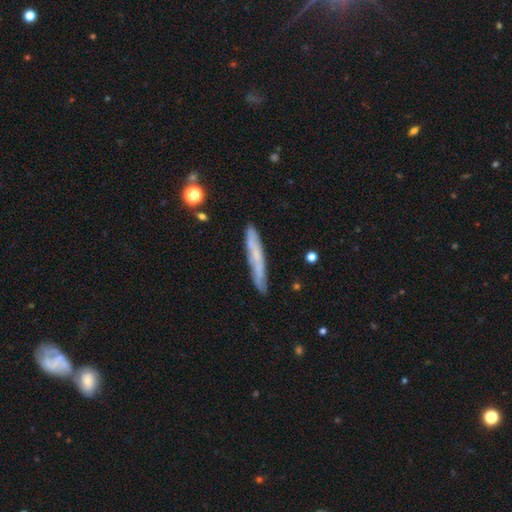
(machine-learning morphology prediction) The model was most divided on "smooth or featured": featured or disk: 48%, smooth: 44%, star or artifact: 9%. More confident: merging — none (81%).